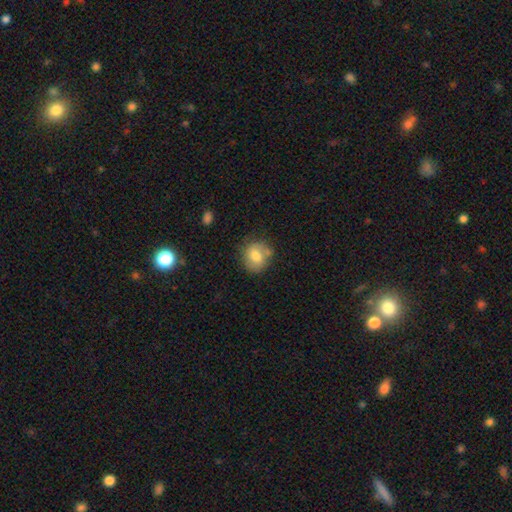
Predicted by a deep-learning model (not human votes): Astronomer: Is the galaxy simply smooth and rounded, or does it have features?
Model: smooth — 73%.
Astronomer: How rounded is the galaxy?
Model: round — 76%.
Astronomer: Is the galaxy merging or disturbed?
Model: none — 68%.